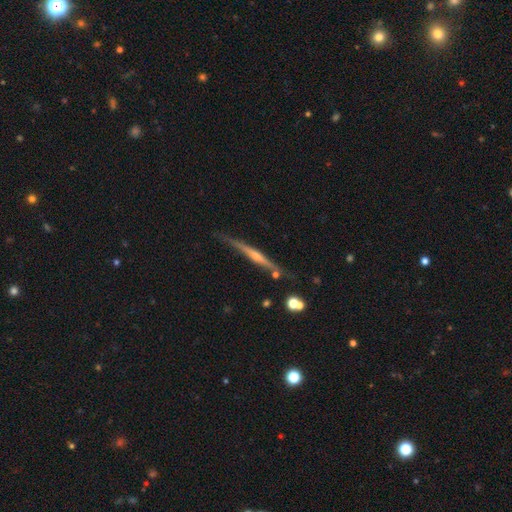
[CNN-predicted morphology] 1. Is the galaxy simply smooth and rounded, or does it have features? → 73% featured or disk, 20% smooth, 7% star or artifact.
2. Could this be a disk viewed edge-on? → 97% yes, 3% no.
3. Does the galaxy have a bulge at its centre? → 56% rounded, 32% none, 12% boxy.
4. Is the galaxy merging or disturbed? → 80% none, 14% minor disturbance, 4% merger, 3% major disturbance.